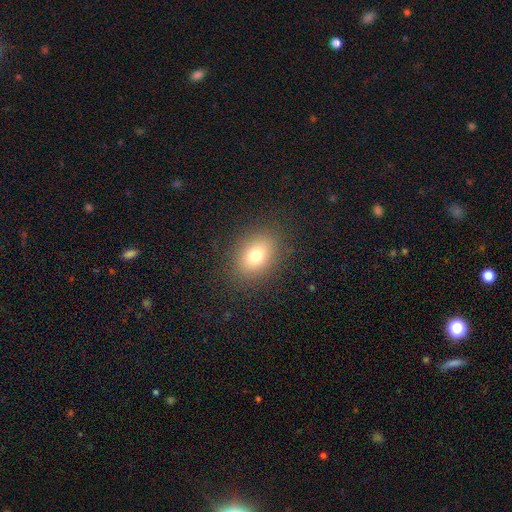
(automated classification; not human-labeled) Smooth or featured?
  - smooth: 75% *
  - star or artifact: 13%
  - featured or disk: 12%
How rounded?
  - in between: 67% *
  - round: 32%
  - cigar-shaped: 1%
Merging?
  - none: 85% *
  - minor disturbance: 9%
  - major disturbance: 4%
  - merger: 1%